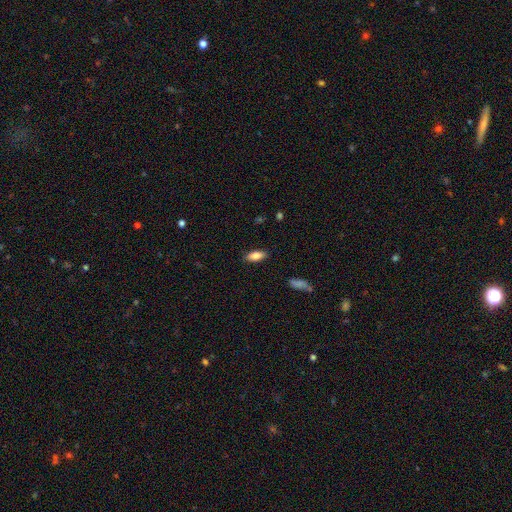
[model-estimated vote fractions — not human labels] This appears to be a smooth galaxy with no disk features (81%) that is in between round and cigar-shaped (82%). Merging: none (87%).